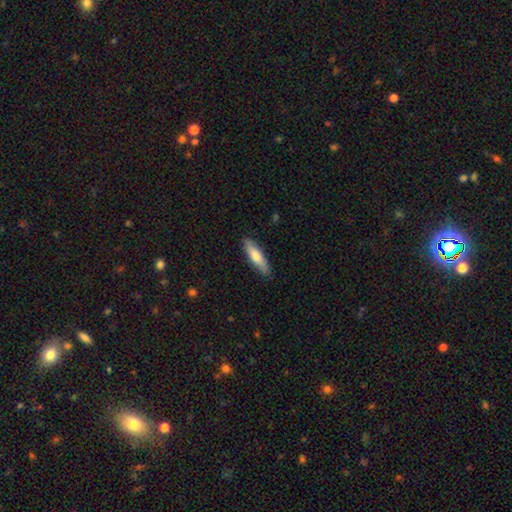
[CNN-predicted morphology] A smooth galaxy with no disk features (69%) that is cigar-shaped (68%).

Vote fractions:
- Smooth or featured? smooth: 69% / featured or disk: 25% / star or artifact: 5%
- How rounded? cigar-shaped: 68% / in between: 31% / round: 2%
- Merging? none: 88% / minor disturbance: 9% / major disturbance: 2% / merger: 1%